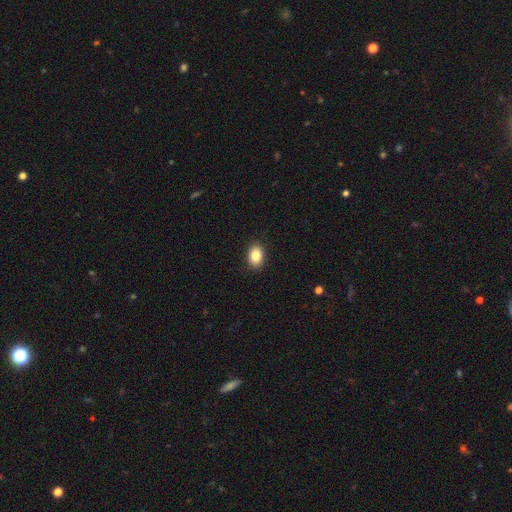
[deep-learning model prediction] The model was most divided on "how rounded": in between: 79%, round: 20%, cigar-shaped: 1%. More confident: merging — none (90%); smooth or featured — smooth (85%).